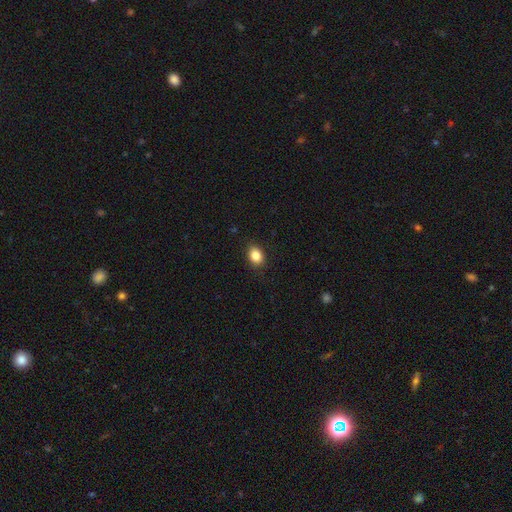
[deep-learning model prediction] Smooth or featured?
  - smooth: 85% *
  - star or artifact: 10%
  - featured or disk: 5%
How rounded?
  - in between: 63% *
  - round: 36%
  - cigar-shaped: 1%
Merging?
  - none: 88% *
  - minor disturbance: 9%
  - major disturbance: 2%
  - merger: 1%